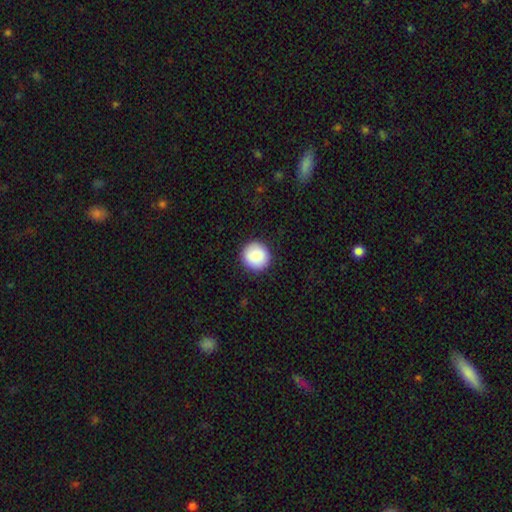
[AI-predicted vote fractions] Smooth or featured?
  - smooth: 88% *
  - star or artifact: 7%
  - featured or disk: 5%
How rounded?
  - round: 94% *
  - in between: 5%
  - cigar-shaped: 1%
Merging?
  - none: 92% *
  - minor disturbance: 5%
  - major disturbance: 2%
  - merger: 1%